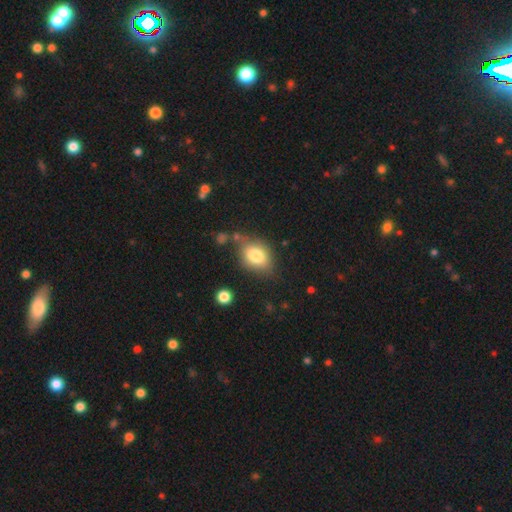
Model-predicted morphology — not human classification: smooth 79%, featured or disk 12%, star or artifact 9%. Down the decision tree: how rounded — in between (68%); merging — none (64%).